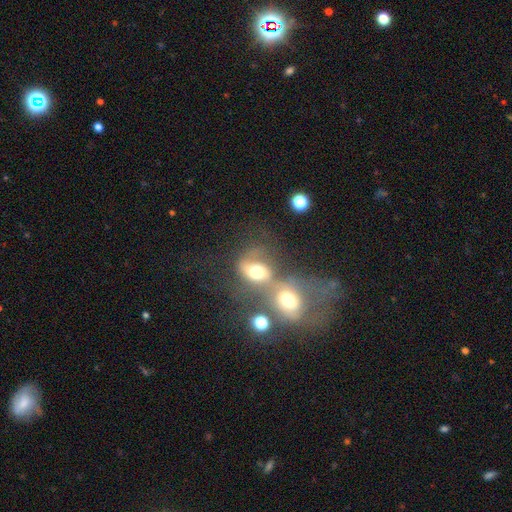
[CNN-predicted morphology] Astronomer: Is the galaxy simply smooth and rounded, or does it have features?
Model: smooth — 43% (runner-up: featured or disk, 42%).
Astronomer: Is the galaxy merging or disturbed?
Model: merger — 73%.